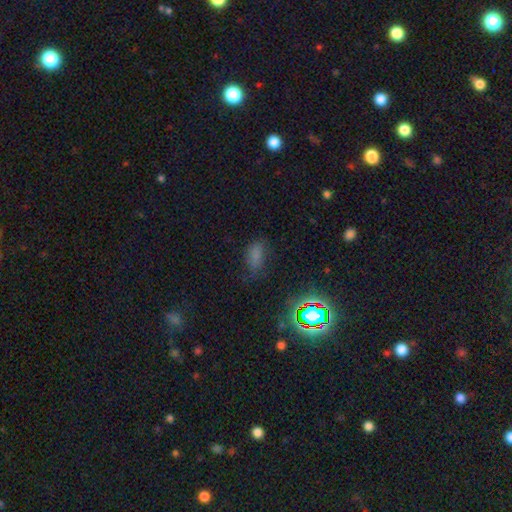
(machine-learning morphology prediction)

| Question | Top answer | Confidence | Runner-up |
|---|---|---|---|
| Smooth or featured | smooth | 62% | star or artifact (28%) |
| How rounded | in between | 85% | round (8%) |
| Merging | none | 60% | minor disturbance (25%) |